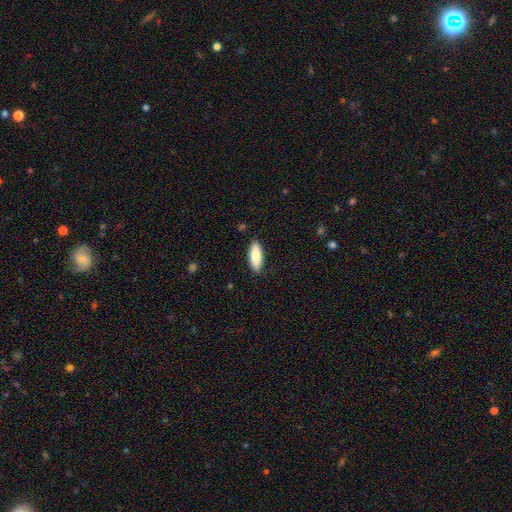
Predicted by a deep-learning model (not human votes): This is clearly a smooth galaxy (82%). How rounded: likely in between (61%). Merging: clearly none (88%).